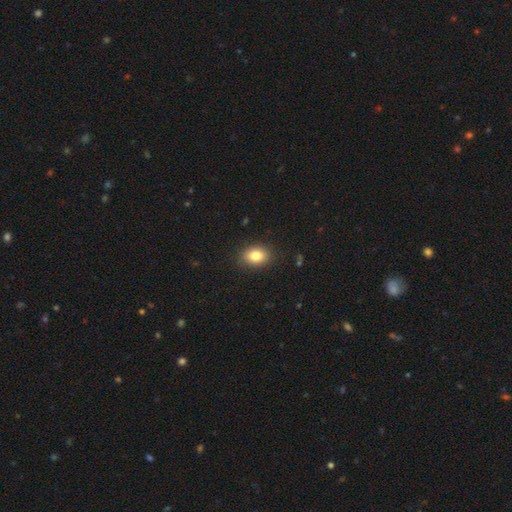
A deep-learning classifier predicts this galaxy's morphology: This is clearly a smooth galaxy (83%). How rounded: likely in between (71%). Merging: clearly none (87%).